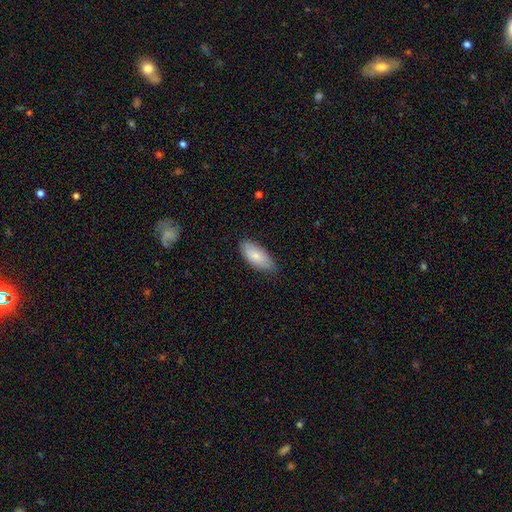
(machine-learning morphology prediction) type=smooth (82%); roundness=in between (87%); merging=none (76%).